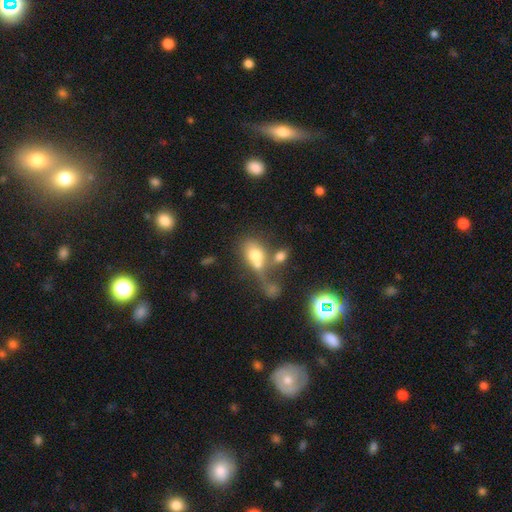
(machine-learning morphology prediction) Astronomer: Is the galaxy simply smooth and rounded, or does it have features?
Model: smooth — 68%.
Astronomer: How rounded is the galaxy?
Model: in between — 71%.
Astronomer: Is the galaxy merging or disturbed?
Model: merger — 55%.